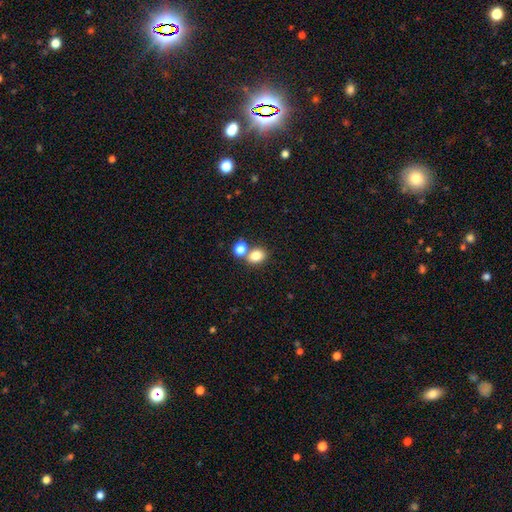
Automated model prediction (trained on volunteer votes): Smooth or featured: smooth — 82% (star or artifact — 11%)
How rounded: in between — 51% (round — 48%)
Merging: none — 55% (merger — 33%)